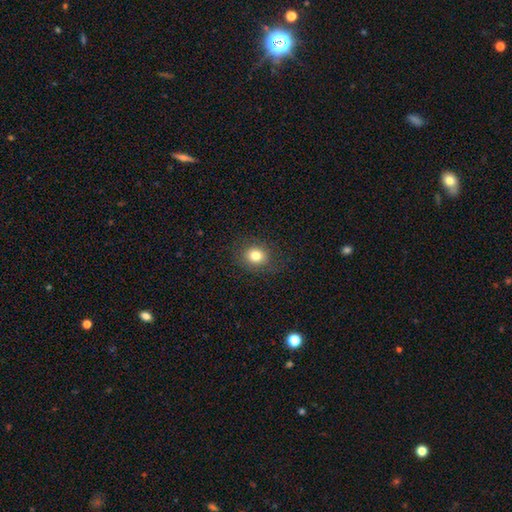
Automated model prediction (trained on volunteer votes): smooth 79%, star or artifact 11%, featured or disk 9%. Down the decision tree: how rounded — round (70%); merging — none (84%).